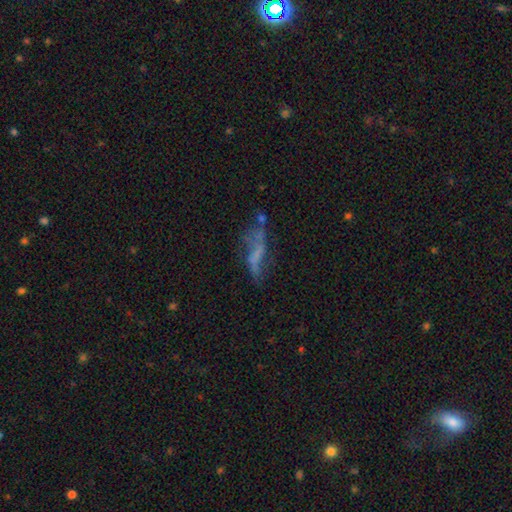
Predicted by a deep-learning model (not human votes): smooth-or-featured: featured or disk: 52% | smooth: 32% | star or artifact: 15%
  disk-edge-on: no: 85% | yes: 15%
  merging: none: 38% | major disturbance: 29% | minor disturbance: 21% | merger: 12%